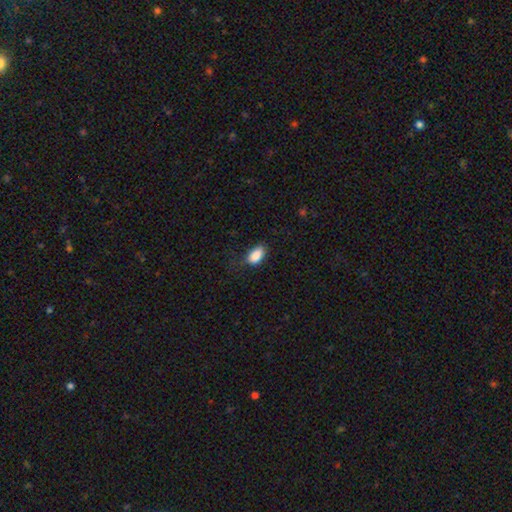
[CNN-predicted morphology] smooth-or-featured: smooth: 87% | star or artifact: 8% | featured or disk: 5%
  how-rounded: in between: 92% | round: 5% | cigar-shaped: 3%
  merging: none: 66% | minor disturbance: 25% | major disturbance: 8% | merger: 1%